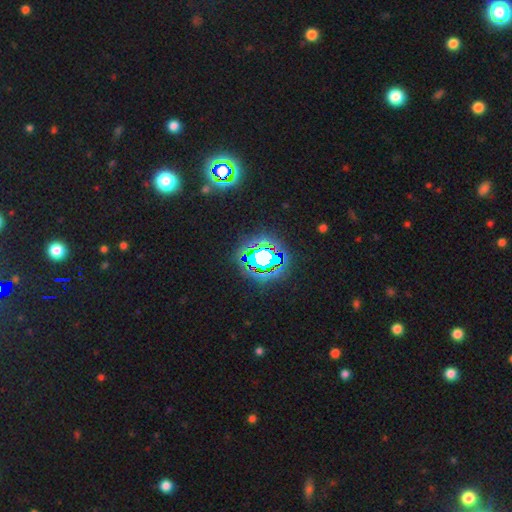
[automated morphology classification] This is likely a star or artifact rather than a galaxy (61%).